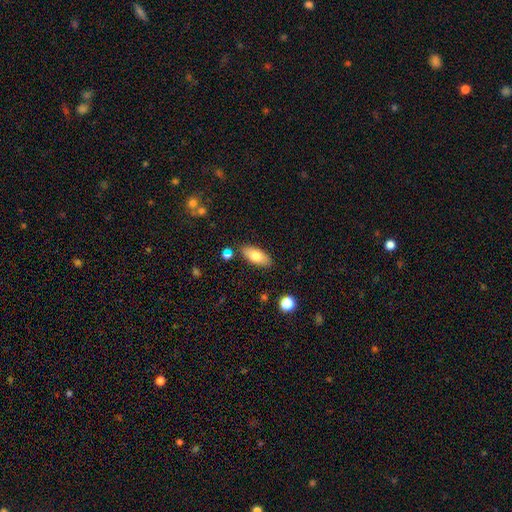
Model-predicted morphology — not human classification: Overall: smooth (75%). How rounded: in between (82%). Merging: none (83%).